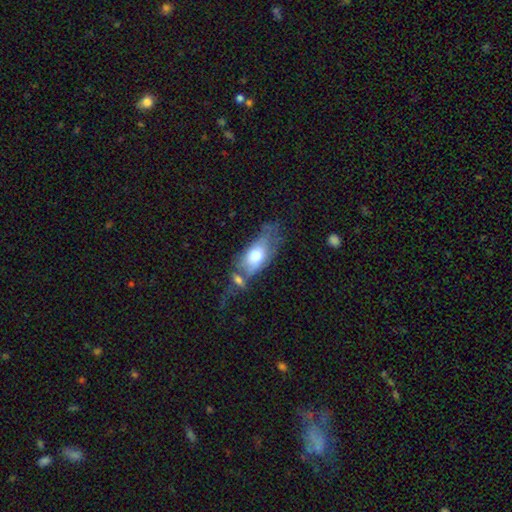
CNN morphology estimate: smooth-or-featured: smooth: 63% | featured or disk: 30% | star or artifact: 7%
  how-rounded: in between: 87% | cigar-shaped: 9% | round: 4%
  merging: none: 31% | merger: 25% | minor disturbance: 23% | major disturbance: 21%